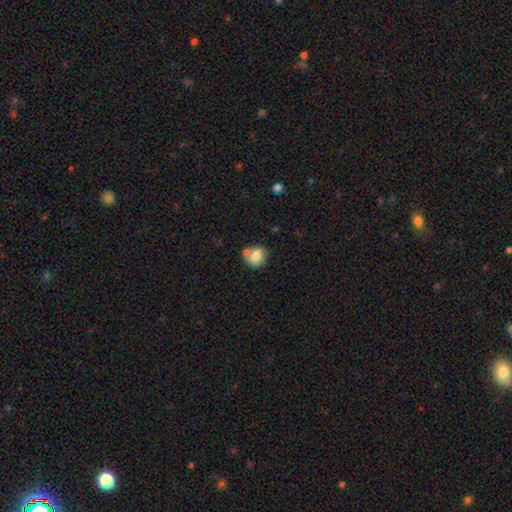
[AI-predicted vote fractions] Smooth or featured: smooth — 79% (featured or disk — 13%)
How rounded: round — 62% (in between — 37%)
Merging: none — 50% (merger — 29%)